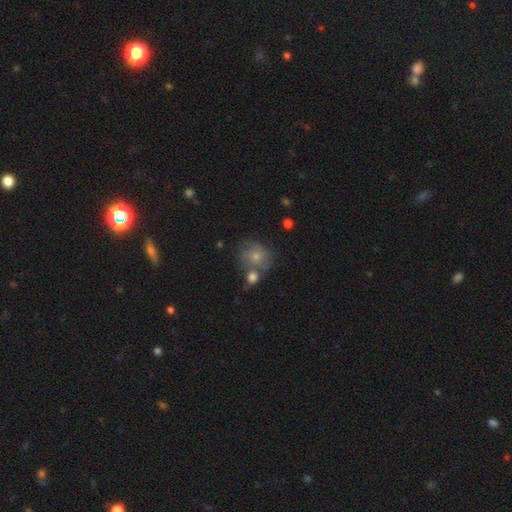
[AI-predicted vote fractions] This is likely a smooth galaxy (66%). How rounded: likely round (71%). Merging: possibly none (45%).